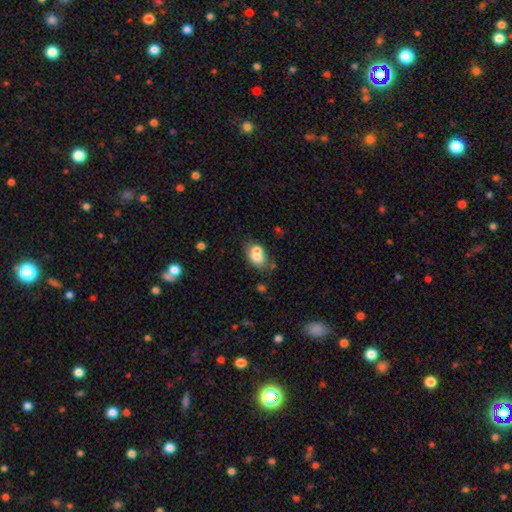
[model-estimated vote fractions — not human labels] Morphology: type=smooth (68%); roundness=in between (70%); merging=merger (45%).